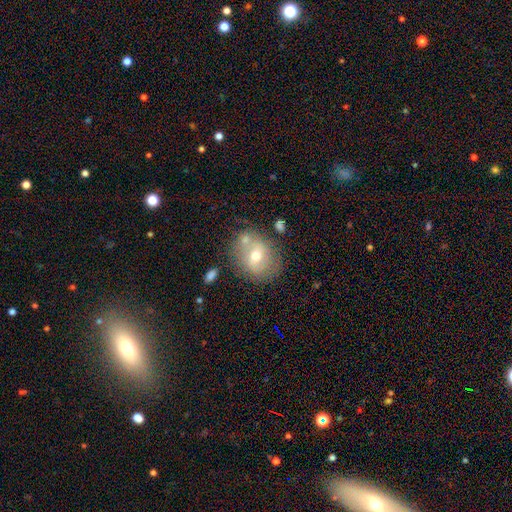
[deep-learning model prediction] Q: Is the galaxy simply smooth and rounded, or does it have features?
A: smooth — 49%.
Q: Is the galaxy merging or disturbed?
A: none — 65%.